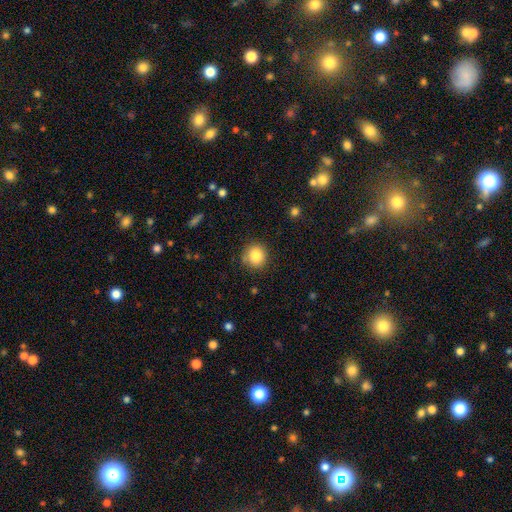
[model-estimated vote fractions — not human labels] This appears to be a smooth galaxy with no disk features (85%) that is round (92%). Merging: none (86%).